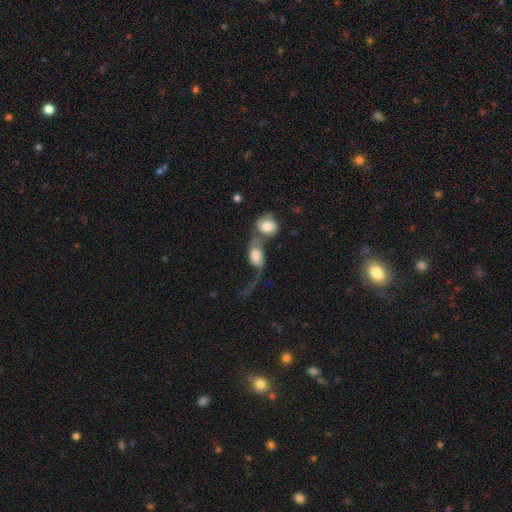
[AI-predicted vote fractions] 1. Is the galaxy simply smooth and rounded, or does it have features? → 46% featured or disk, 45% smooth, 9% star or artifact.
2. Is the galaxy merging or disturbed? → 66% merger, 17% major disturbance, 11% none, 6% minor disturbance.